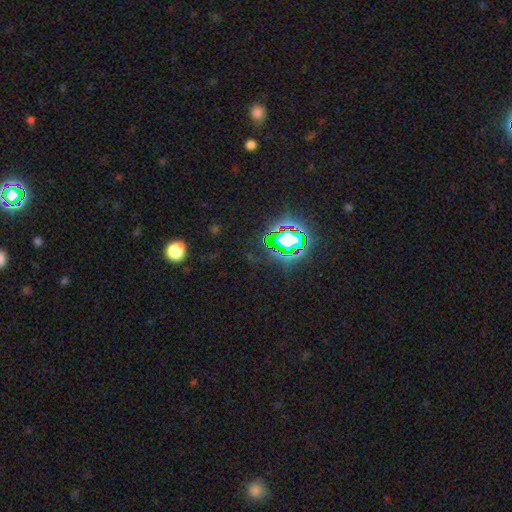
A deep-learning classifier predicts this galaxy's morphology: A star or artifact, not a galaxy (78%).

Vote fractions:
- Smooth or featured? star or artifact: 78% / smooth: 14% / featured or disk: 8%